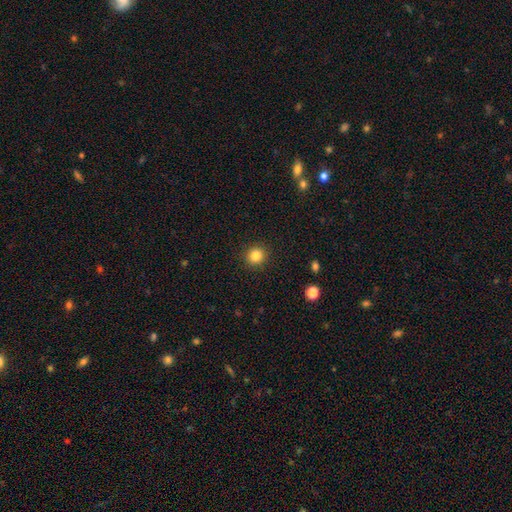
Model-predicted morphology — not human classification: Q: Smooth or featured?
A: smooth (84%); runner-up: star or artifact (11%)
Q: How rounded?
A: round (90%); runner-up: in between (9%)
Q: Merging?
A: none (92%); runner-up: minor disturbance (5%)